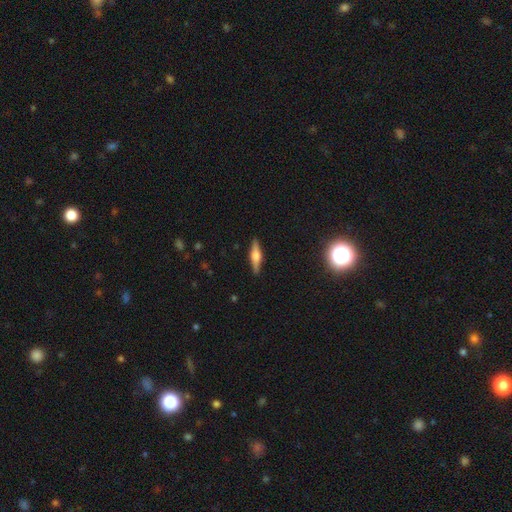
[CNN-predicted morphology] type=featured or disk (58%); edge-on=yes (96%); edge-on bulge=rounded (85%); merging=none (90%).